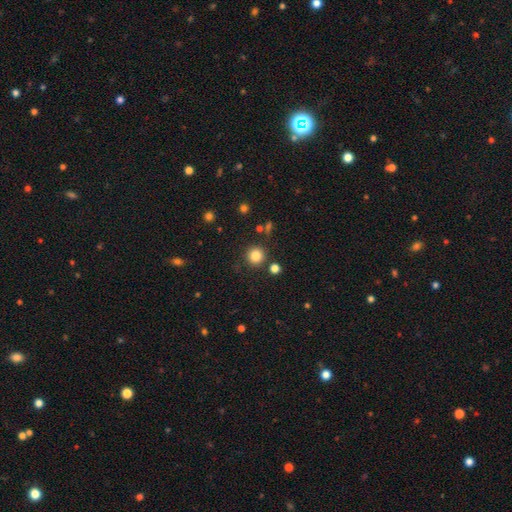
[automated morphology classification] Overall: smooth (83%). How rounded: round (94%). Merging: none (86%).